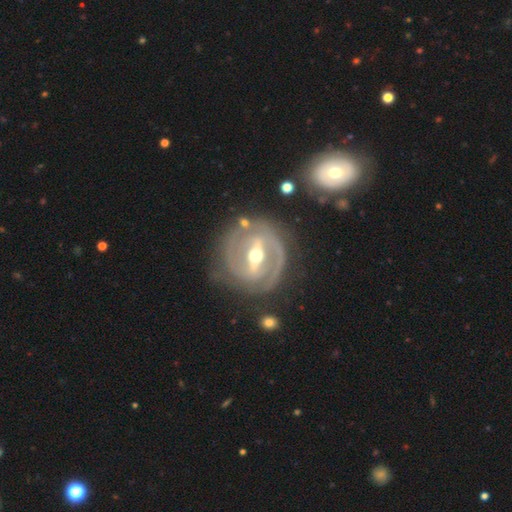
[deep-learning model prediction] Smooth or featured: featured or disk — 86% (smooth — 9%)
Edge-on disk: no — 91% (yes — 9%)
Bar: strong — 75% (weak — 19%)
Spiral arms: yes — 73% (no — 27%)
Spiral winding: tight — 60% (medium — 29%)
Spiral arm count: 2 — 67% (can't tell — 17%)
Bulge size: moderate — 73% (small — 20%)
Merging: none — 74% (minor disturbance — 15%)